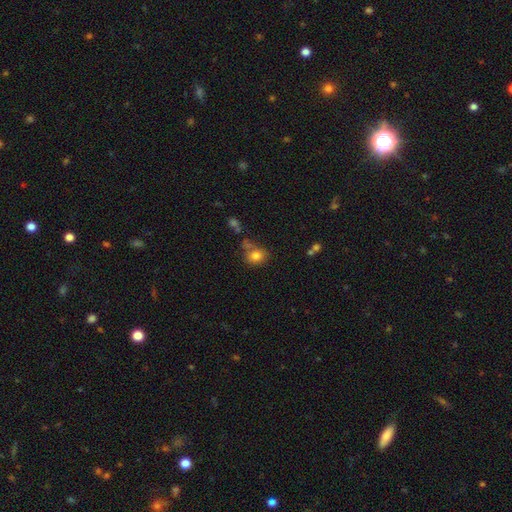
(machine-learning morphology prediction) A smooth galaxy with no disk features (81%) that is round (66%).

Vote fractions:
- Smooth or featured? smooth: 81% / star or artifact: 11% / featured or disk: 8%
- How rounded? round: 66% / in between: 32% / cigar-shaped: 1%
- Merging? none: 63% / minor disturbance: 17% / merger: 14% / major disturbance: 6%